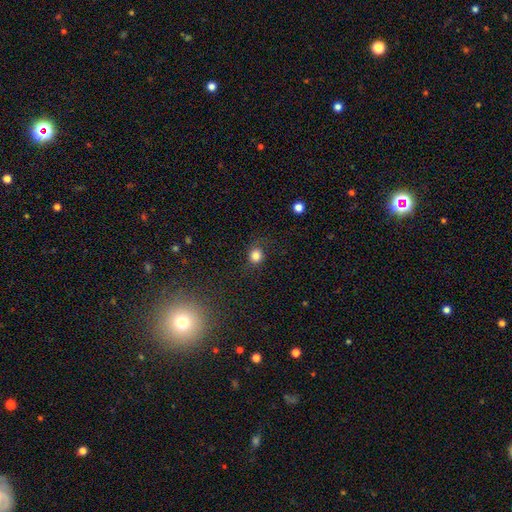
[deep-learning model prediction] Smooth or featured? smooth (82%)
How rounded? round (84%)
Merging? none (78%)